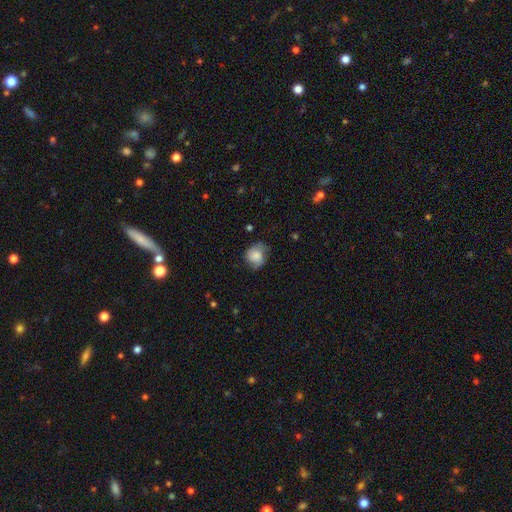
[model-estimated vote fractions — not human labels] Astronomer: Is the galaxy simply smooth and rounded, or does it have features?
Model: smooth — 66%.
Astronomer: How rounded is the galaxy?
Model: round — 69%.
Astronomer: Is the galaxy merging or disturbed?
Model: none — 56%.